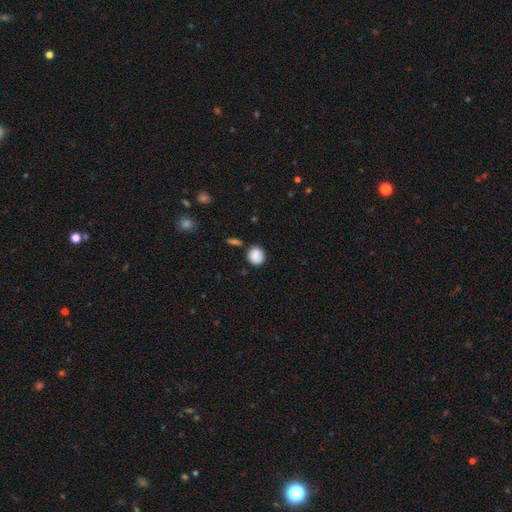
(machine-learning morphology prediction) The model was most divided on "how rounded": round: 80%, in between: 19%, cigar-shaped: 1%. More confident: smooth or featured — smooth (87%); merging — none (79%).